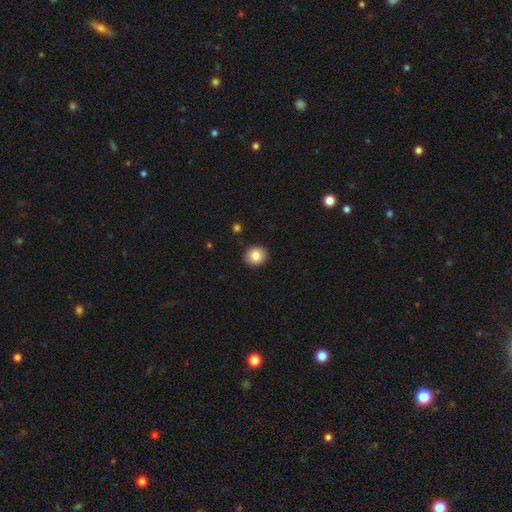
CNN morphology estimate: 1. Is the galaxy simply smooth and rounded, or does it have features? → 85% smooth, 9% star or artifact, 7% featured or disk.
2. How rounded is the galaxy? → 83% round, 16% in between, 1% cigar-shaped.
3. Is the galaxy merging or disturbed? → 91% none, 6% minor disturbance, 2% major disturbance, 1% merger.